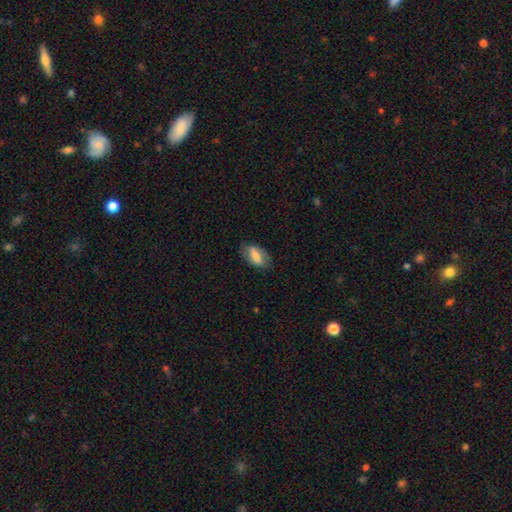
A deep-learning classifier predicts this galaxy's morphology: A smooth galaxy with no disk features (69%) that is in between round and cigar-shaped (90%). Merging: none (77%).